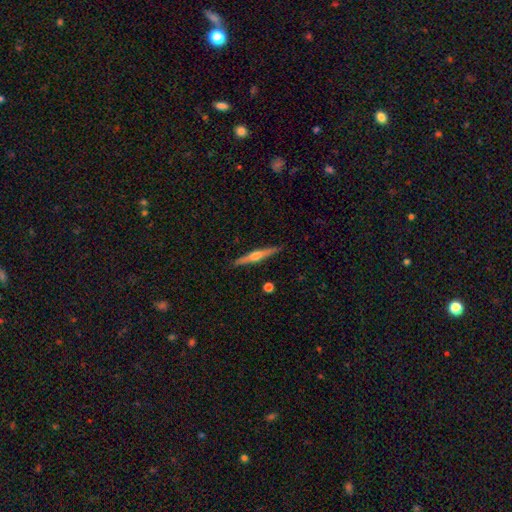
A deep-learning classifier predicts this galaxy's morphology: Smooth or featured? featured or disk (66%)
Edge-on disk? yes (98%)
Edge-on bulge? rounded (85%)
Merging? none (89%)